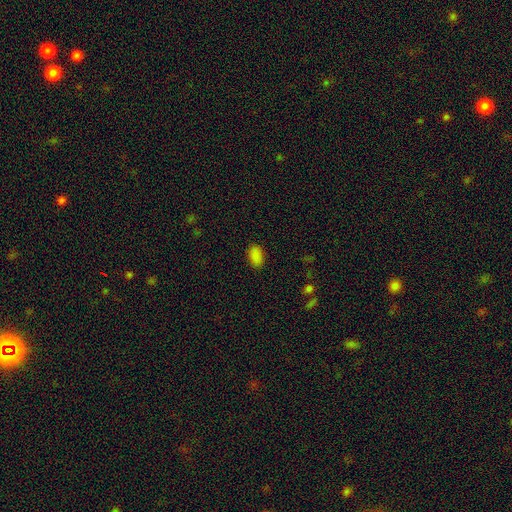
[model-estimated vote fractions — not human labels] Smooth or featured? Predicted: smooth (p=0.86). How rounded? Predicted: in between (p=0.92). Merging? Predicted: none (p=0.87).